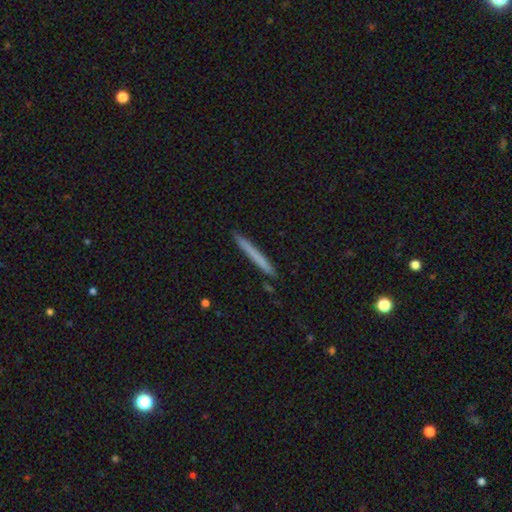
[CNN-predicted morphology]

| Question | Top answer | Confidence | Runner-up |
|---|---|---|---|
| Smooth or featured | smooth | 65% | featured or disk (29%) |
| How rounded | cigar-shaped | 97% | in between (2%) |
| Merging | none | 91% | minor disturbance (6%) |